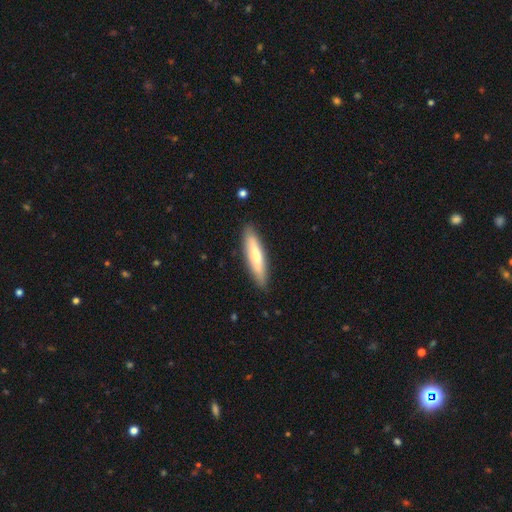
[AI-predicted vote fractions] Q: Smooth or featured?
A: smooth (65%); runner-up: featured or disk (30%)
Q: How rounded?
A: cigar-shaped (78%); runner-up: in between (21%)
Q: Merging?
A: none (88%); runner-up: minor disturbance (9%)